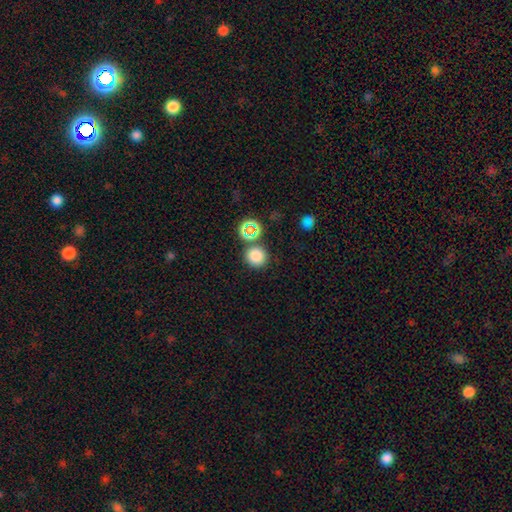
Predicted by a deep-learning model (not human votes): This appears to be a smooth galaxy with no disk features (79%) that is round (91%). Merging: none (80%).